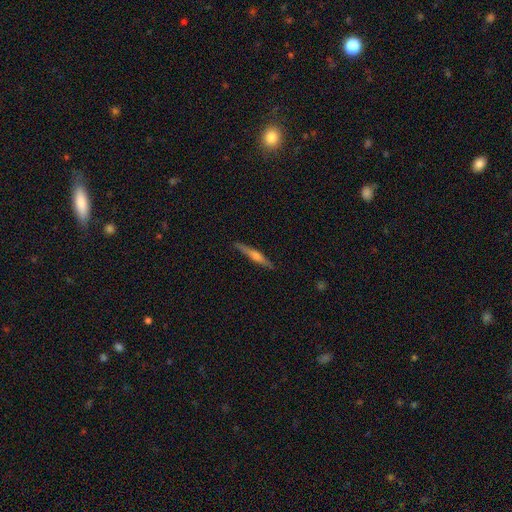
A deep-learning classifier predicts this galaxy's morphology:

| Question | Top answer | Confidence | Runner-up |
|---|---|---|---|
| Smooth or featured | featured or disk | 68% | smooth (26%) |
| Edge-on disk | yes | 98% | no (2%) |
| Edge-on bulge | rounded | 81% | boxy (10%) |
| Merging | none | 90% | minor disturbance (7%) |